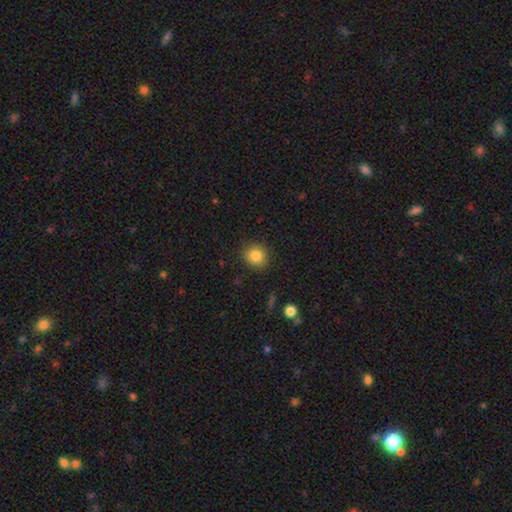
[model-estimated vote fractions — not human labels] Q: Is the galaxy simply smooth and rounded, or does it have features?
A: smooth — 84%.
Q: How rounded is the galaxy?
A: round — 86%.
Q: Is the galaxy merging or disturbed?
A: none — 88%.